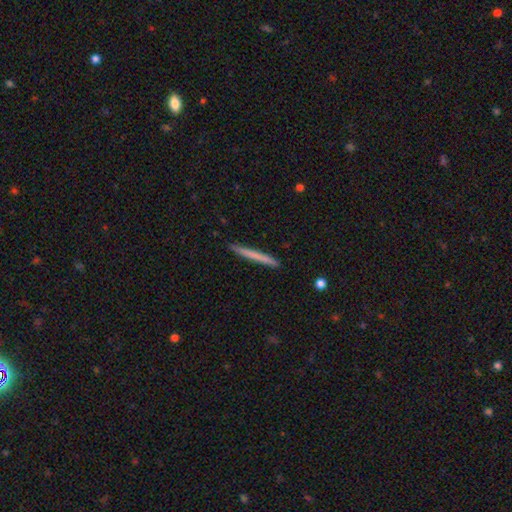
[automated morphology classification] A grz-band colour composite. It shows a smooth galaxy with no disk features (66%) that is cigar-shaped (97%). Merging: none (92%).